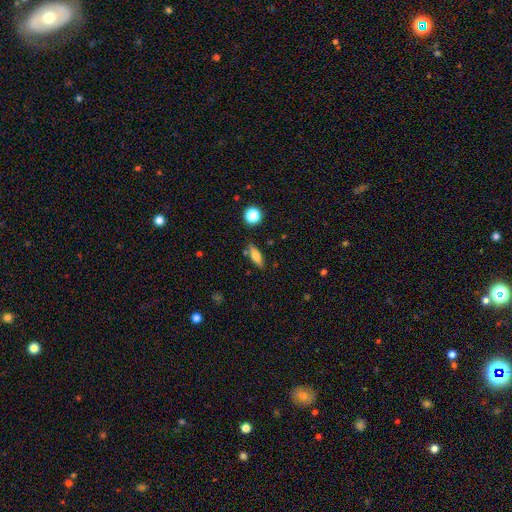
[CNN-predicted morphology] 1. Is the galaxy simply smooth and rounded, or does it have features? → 71% smooth, 21% featured or disk, 9% star or artifact.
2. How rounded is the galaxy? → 59% in between, 36% cigar-shaped, 5% round.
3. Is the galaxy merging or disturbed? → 80% none, 12% minor disturbance, 5% merger, 3% major disturbance.